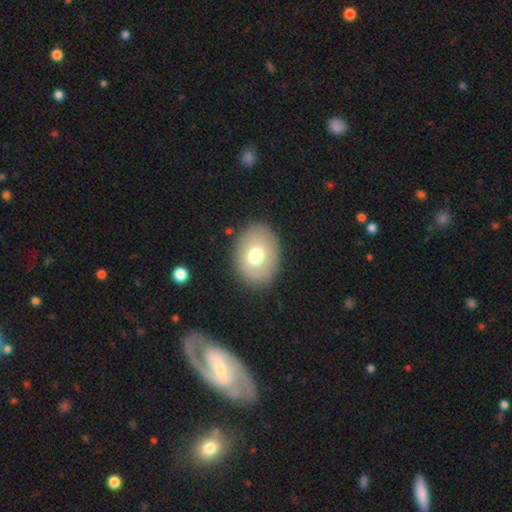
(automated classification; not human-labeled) Smooth or featured? smooth (69%)
How rounded? in between (63%)
Merging? none (85%)